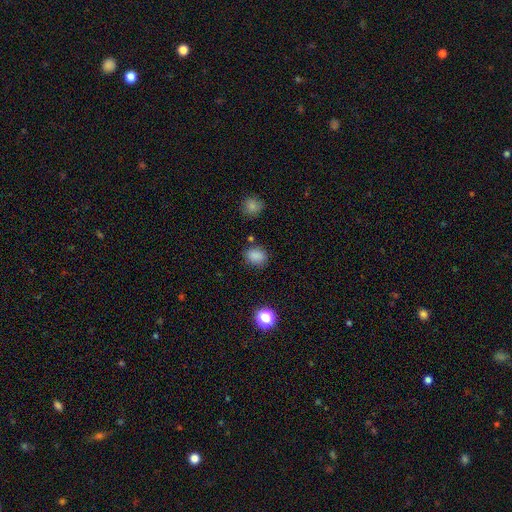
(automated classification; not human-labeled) Smooth or featured?
  - smooth: 83% *
  - star or artifact: 13%
  - featured or disk: 4%
How rounded?
  - in between: 58% *
  - round: 41%
  - cigar-shaped: 1%
Merging?
  - none: 80% *
  - minor disturbance: 13%
  - major disturbance: 4%
  - merger: 3%